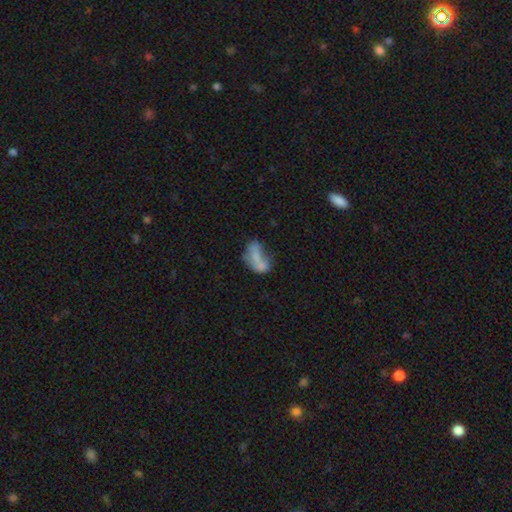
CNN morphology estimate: Smooth or featured? Predicted: smooth (p=0.63). How rounded? Predicted: in between (p=0.88). Merging? Predicted: merger (p=0.28).